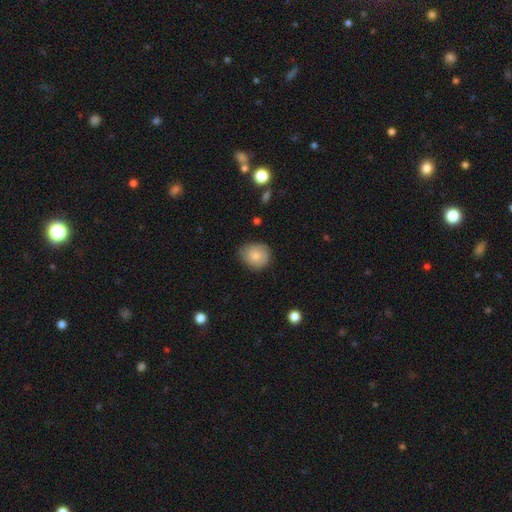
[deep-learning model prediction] Q: Smooth or featured?
A: smooth (73%); runner-up: featured or disk (20%)
Q: How rounded?
A: round (74%); runner-up: in between (25%)
Q: Merging?
A: none (73%); runner-up: minor disturbance (22%)